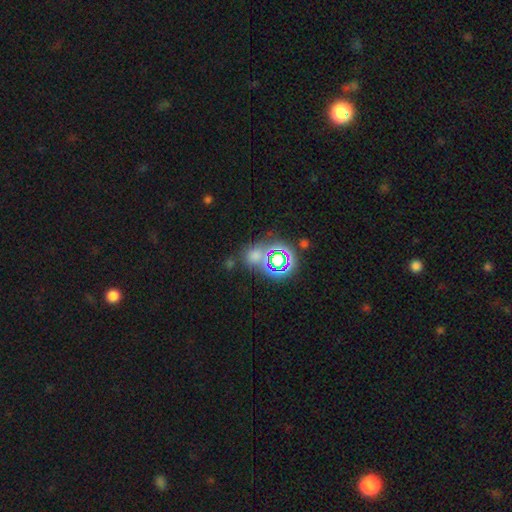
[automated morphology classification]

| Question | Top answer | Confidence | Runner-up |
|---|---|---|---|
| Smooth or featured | smooth | 47% | star or artifact (44%) |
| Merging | none | 63% | merger (18%) |